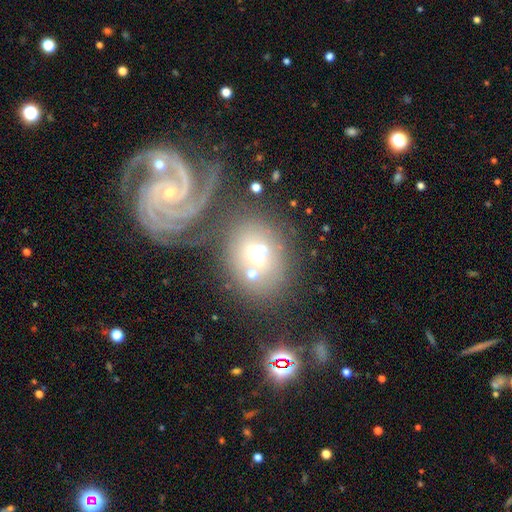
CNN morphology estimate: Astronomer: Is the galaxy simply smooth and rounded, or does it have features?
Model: featured or disk — 49% (runner-up: smooth, 33%).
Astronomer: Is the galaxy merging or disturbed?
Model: none — 48% (runner-up: merger, 28%).